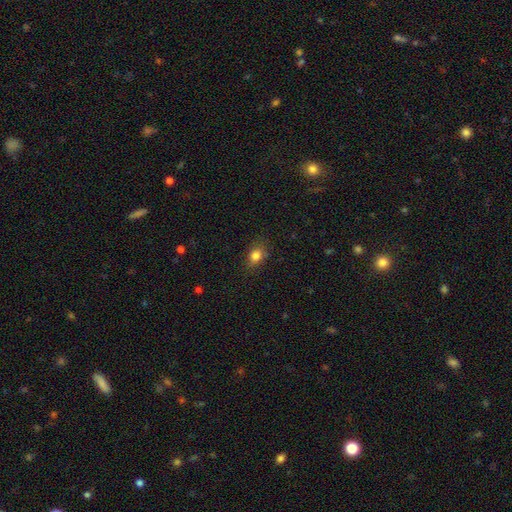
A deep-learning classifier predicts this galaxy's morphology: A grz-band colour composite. It shows a smooth galaxy with no disk features (82%) that is in between round and cigar-shaped (63%). Merging: none (80%).